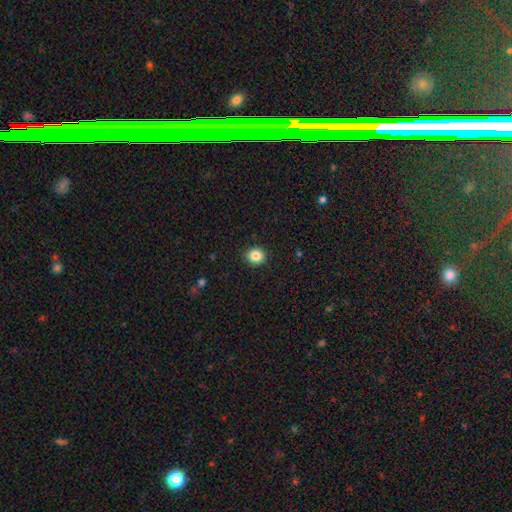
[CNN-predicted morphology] The model was most divided on "how rounded": round: 83%, in between: 17%, cigar-shaped: 1%. More confident: merging — none (91%); smooth or featured — smooth (85%).